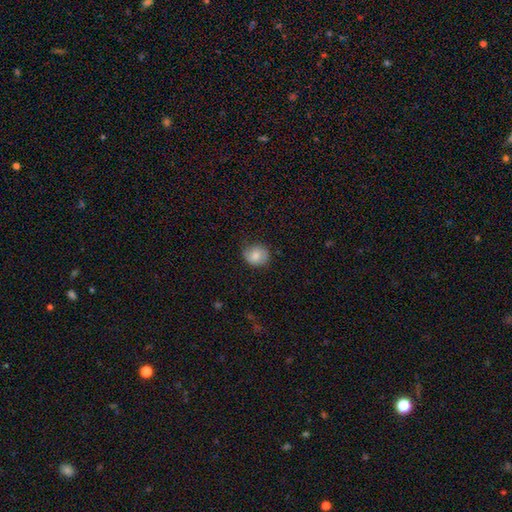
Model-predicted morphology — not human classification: A smooth galaxy with no disk features (74%) that is round (75%). Merging: none (70%).